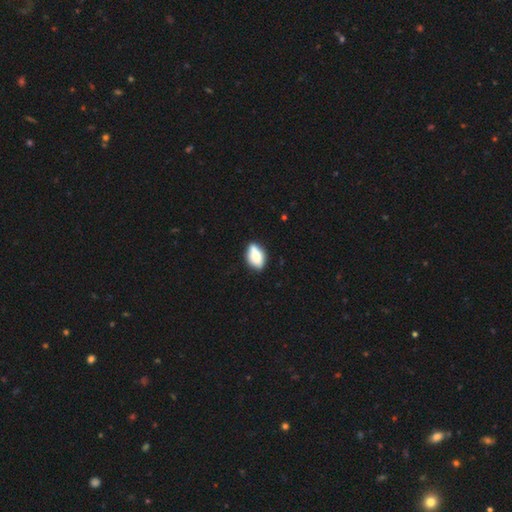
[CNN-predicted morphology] Q: Smooth or featured?
A: smooth (74%); runner-up: featured or disk (19%)
Q: How rounded?
A: in between (89%); runner-up: round (6%)
Q: Merging?
A: none (78%); runner-up: minor disturbance (16%)